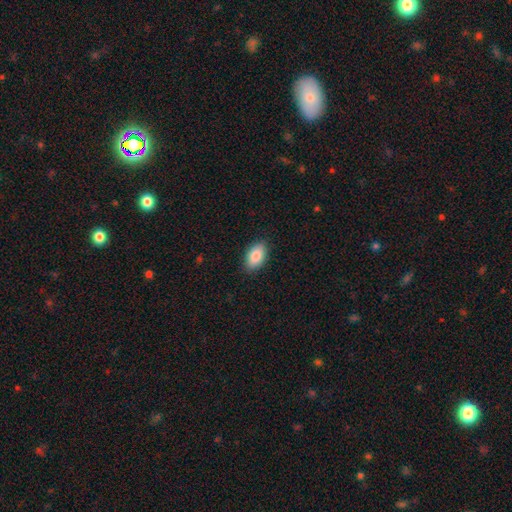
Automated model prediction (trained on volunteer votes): Morphology: type=smooth (87%); roundness=in between (93%); merging=none (87%).